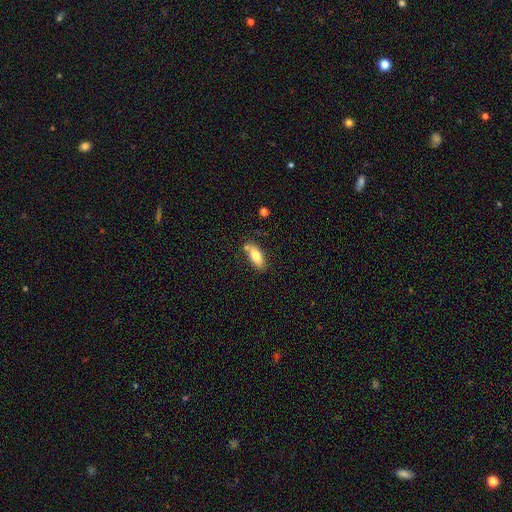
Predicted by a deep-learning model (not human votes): Smooth or featured?
  - smooth: 75% *
  - featured or disk: 18%
  - star or artifact: 7%
How rounded?
  - in between: 80% *
  - cigar-shaped: 18%
  - round: 3%
Merging?
  - none: 68% *
  - minor disturbance: 19%
  - merger: 10%
  - major disturbance: 4%